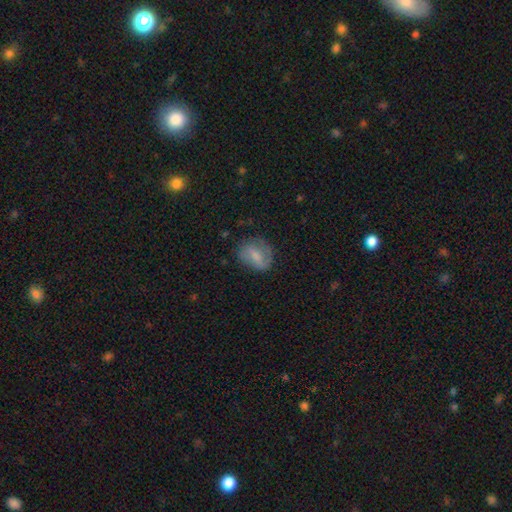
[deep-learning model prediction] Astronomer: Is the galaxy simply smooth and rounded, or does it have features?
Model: smooth — 61%.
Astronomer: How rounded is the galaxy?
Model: in between — 56% (runner-up: round, 41%).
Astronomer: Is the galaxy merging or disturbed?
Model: none — 66%.